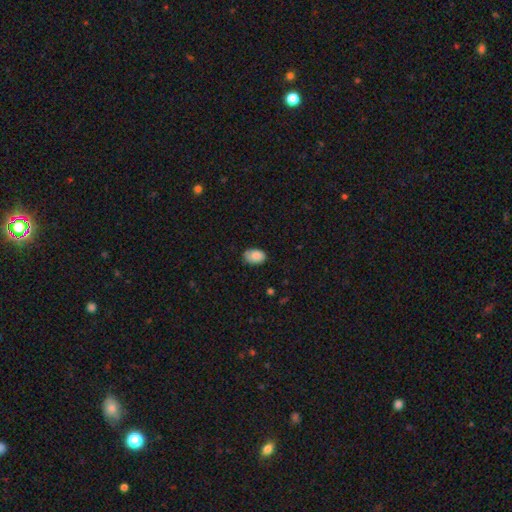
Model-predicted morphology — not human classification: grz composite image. It shows a smooth galaxy with no disk features (84%) that is in between round and cigar-shaped (87%). Merging: none (78%).